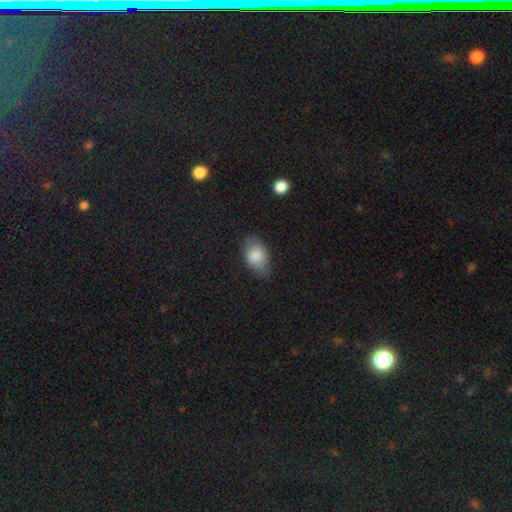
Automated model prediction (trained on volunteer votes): Smooth or featured? smooth (83%)
How rounded? in between (88%)
Merging? none (63%)